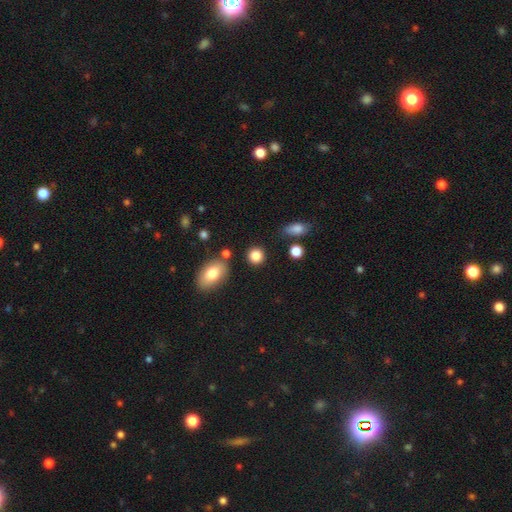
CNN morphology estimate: The model was most divided on "how rounded": round: 85%, in between: 14%, cigar-shaped: 1%. More confident: smooth or featured — smooth (85%); merging — none (84%).